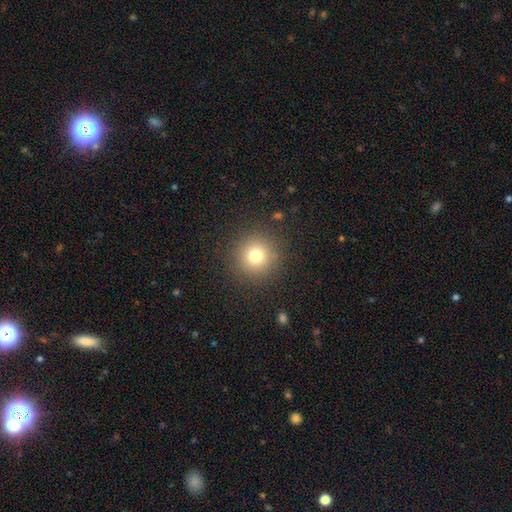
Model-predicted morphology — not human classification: Smooth or featured: smooth — 76% (star or artifact — 15%)
How rounded: round — 95% (in between — 4%)
Merging: none — 89% (minor disturbance — 7%)